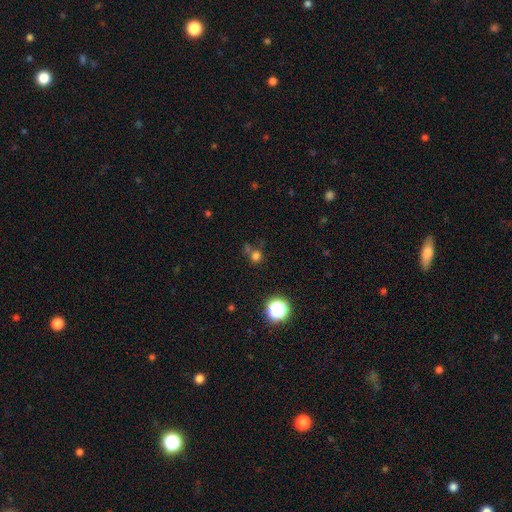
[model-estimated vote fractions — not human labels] smooth_or_featured: smooth (p=0.69) [alt: star or artifact p=0.24]
how_rounded: round (p=0.89) [alt: in between p=0.10]
merging: none (p=0.61) [alt: merger p=0.22]